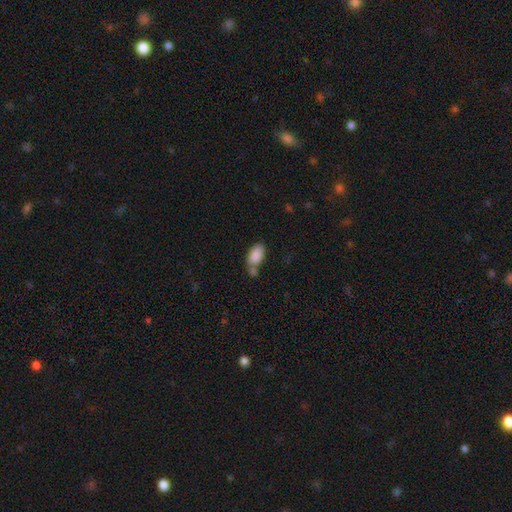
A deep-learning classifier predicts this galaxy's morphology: smooth-or-featured: smooth: 87% | star or artifact: 7% | featured or disk: 6%
  how-rounded: in between: 93% | round: 5% | cigar-shaped: 2%
  merging: none: 47% | merger: 30% | minor disturbance: 17% | major disturbance: 6%